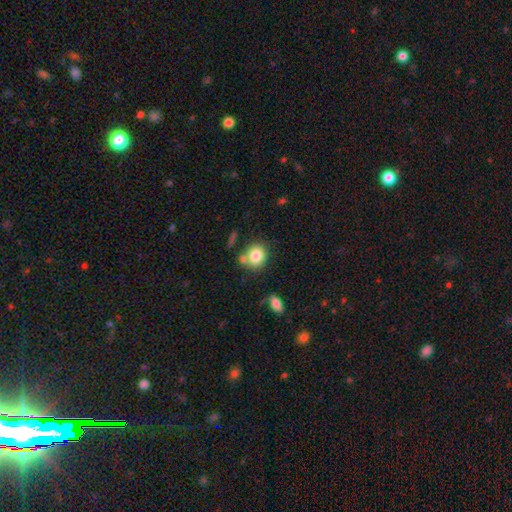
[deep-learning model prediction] Morphology: type=smooth (82%); roundness=round (72%); merging=none (67%).